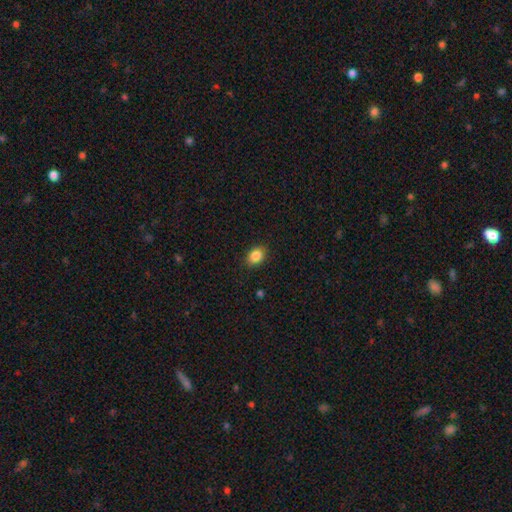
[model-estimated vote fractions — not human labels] Morphology: type=smooth (86%); roundness=in between (67%); merging=none (87%).